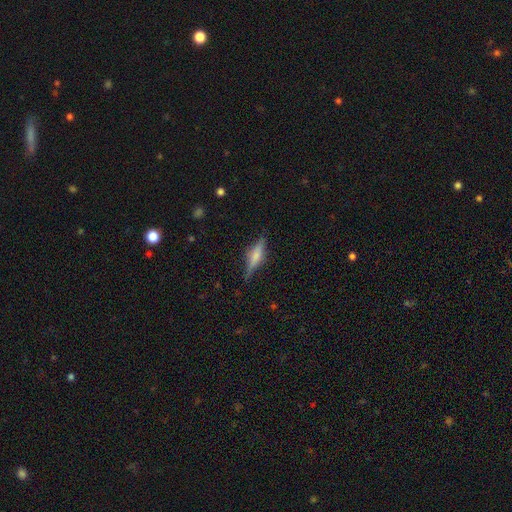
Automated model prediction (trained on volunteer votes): A featured or disk galaxy (54%) viewed edge-on (95%) with a rounded central bulge (69%).

Vote fractions:
- Smooth or featured? featured or disk: 54% / smooth: 37% / star or artifact: 9%
- Edge-on disk? yes: 95% / no: 5%
- Edge-on bulge? rounded: 69% / boxy: 22% / none: 10%
- Merging? none: 82% / minor disturbance: 13% / major disturbance: 3% / merger: 1%